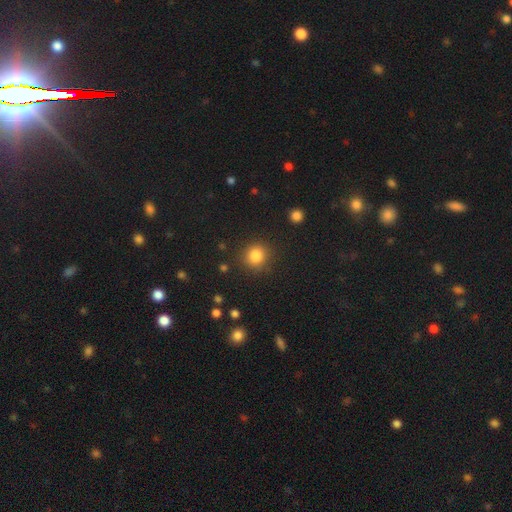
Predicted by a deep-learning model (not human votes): smooth-or-featured: smooth: 84% | star or artifact: 11% | featured or disk: 5%
  how-rounded: round: 90% | in between: 10% | cigar-shaped: 1%
  merging: none: 87% | minor disturbance: 8% | major disturbance: 3% | merger: 2%